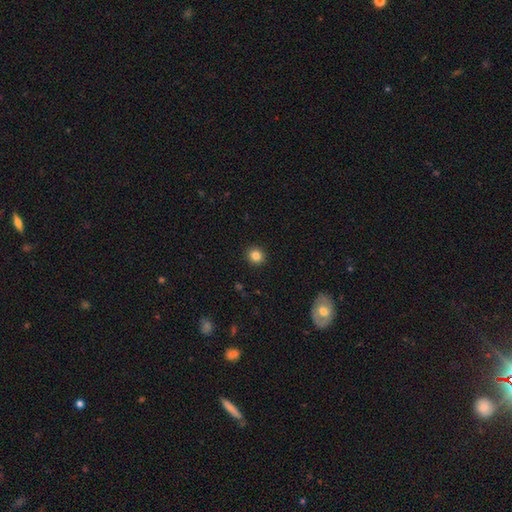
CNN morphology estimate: A smooth galaxy with no disk features (84%) that is round (90%). Merging: none (92%).